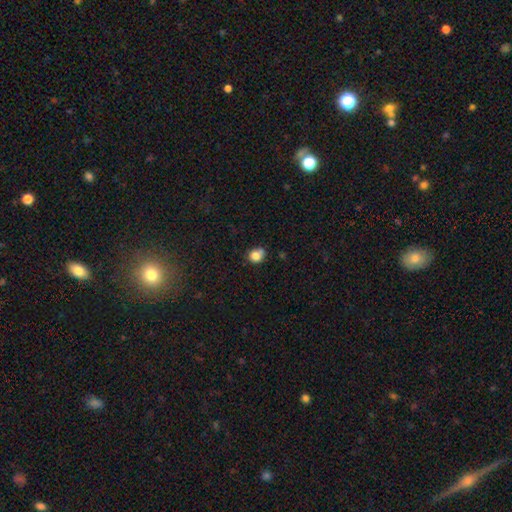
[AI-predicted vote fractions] This is clearly a smooth galaxy (81%). How rounded: likely round (75%). Merging: likely none (60%).